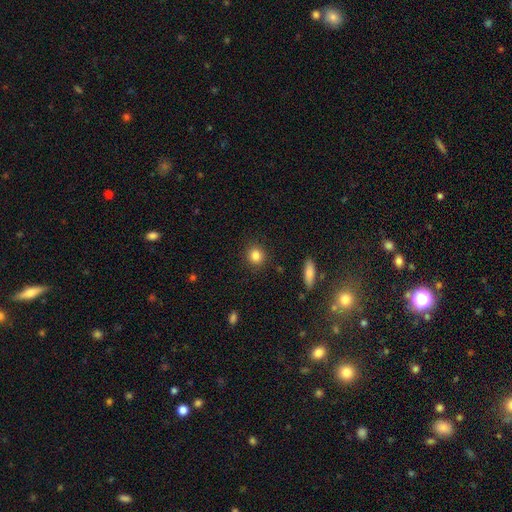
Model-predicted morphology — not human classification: Smooth or featured? smooth (84%)
How rounded? round (87%)
Merging? none (90%)